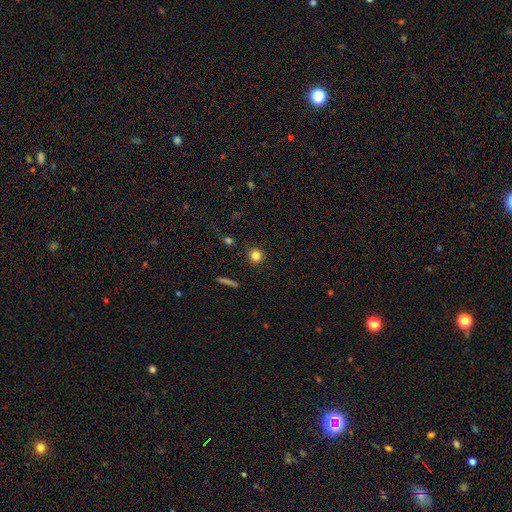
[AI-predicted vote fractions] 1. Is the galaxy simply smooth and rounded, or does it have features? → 81% smooth, 12% star or artifact, 7% featured or disk.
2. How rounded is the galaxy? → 93% round, 6% in between, 1% cigar-shaped.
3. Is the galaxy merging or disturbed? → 90% none, 6% minor disturbance, 2% major disturbance, 2% merger.